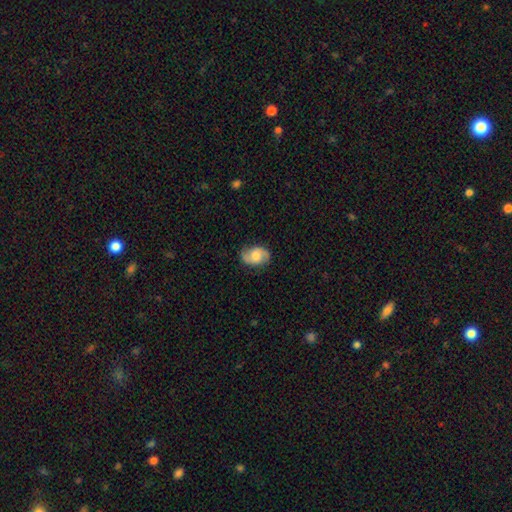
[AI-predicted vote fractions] Morphology: type=featured or disk (65%); edge-on=no (97%); bar=no (63%); spiral arms=yes (94%); winding=medium (47%); arm count=2 (91%); bulge=moderate (54%); merging=none (82%).